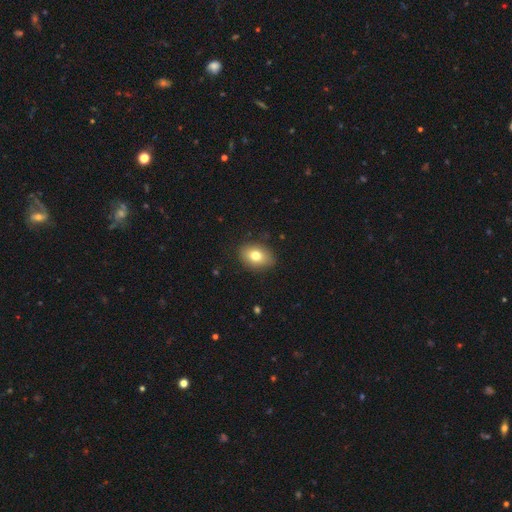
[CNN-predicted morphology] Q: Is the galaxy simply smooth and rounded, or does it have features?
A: smooth — 77%.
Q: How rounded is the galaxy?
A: in between — 78%.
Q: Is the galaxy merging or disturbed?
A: none — 86%.